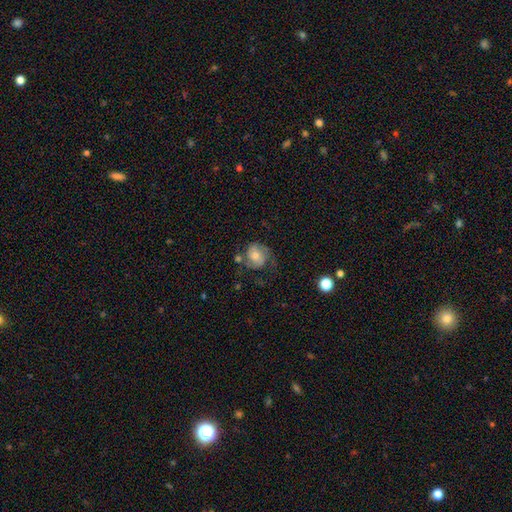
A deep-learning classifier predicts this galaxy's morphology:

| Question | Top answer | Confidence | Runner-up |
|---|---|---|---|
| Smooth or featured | smooth | 47% | featured or disk (44%) |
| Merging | none | 49% | minor disturbance (26%) |